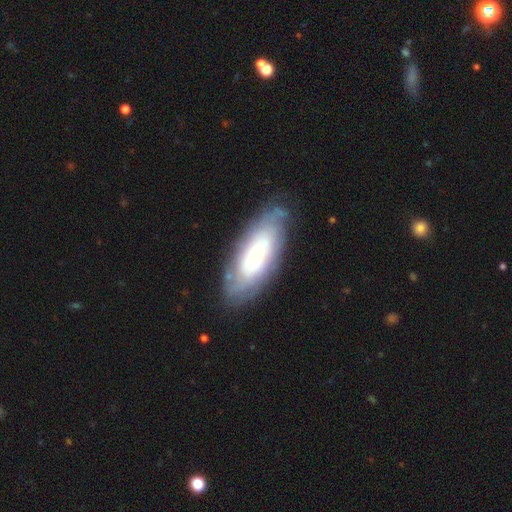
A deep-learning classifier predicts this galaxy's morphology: Smooth or featured: featured or disk — 51% (smooth — 42%)
Edge-on disk: no — 84% (yes — 16%)
Merging: none — 73% (minor disturbance — 18%)